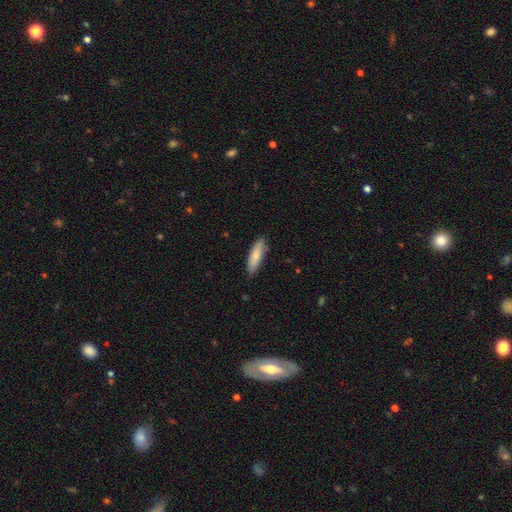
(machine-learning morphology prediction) smooth_or_featured: smooth (p=0.80) [alt: featured or disk p=0.14]
how_rounded: cigar-shaped (p=0.61) [alt: in between p=0.37]
merging: none (p=0.85) [alt: minor disturbance p=0.12]